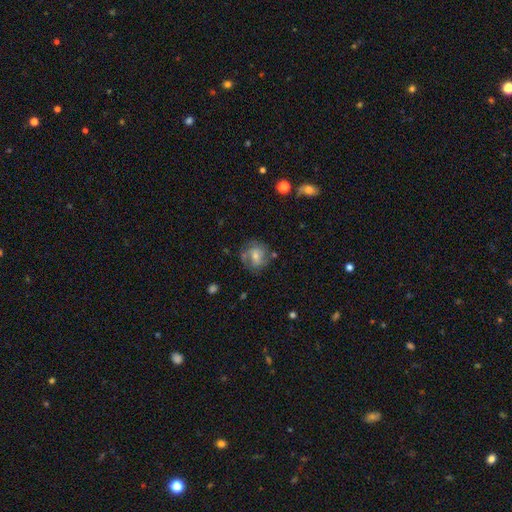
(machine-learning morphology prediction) type=featured or disk (51%); edge-on=no (97%); merging=none (63%).